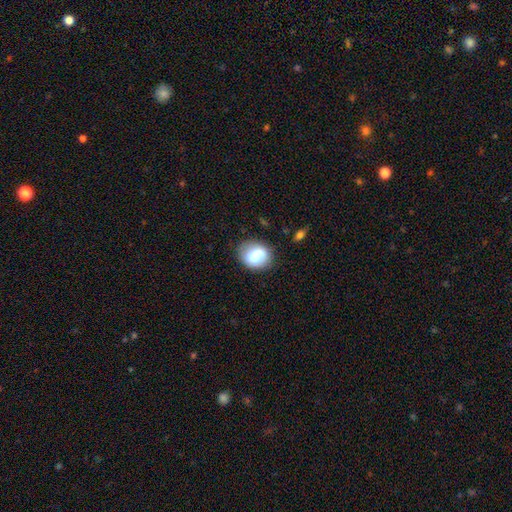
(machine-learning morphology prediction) smooth-or-featured: smooth: 77% | featured or disk: 15% | star or artifact: 8%
  how-rounded: round: 51% | in between: 48% | cigar-shaped: 1%
  merging: none: 72% | minor disturbance: 20% | major disturbance: 6% | merger: 3%